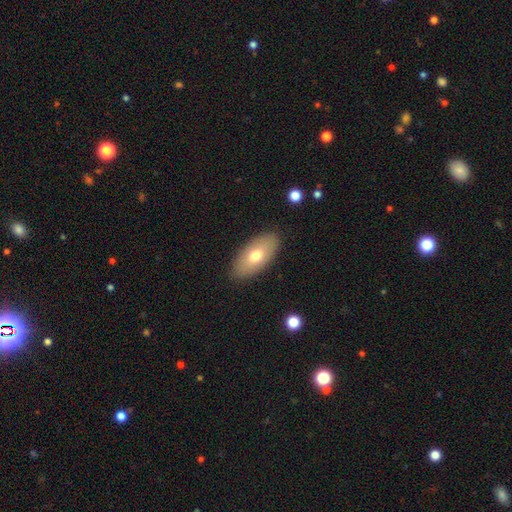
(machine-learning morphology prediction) This appears to be a smooth galaxy with no disk features (69%) that is in between round and cigar-shaped (91%). Merging: none (87%).